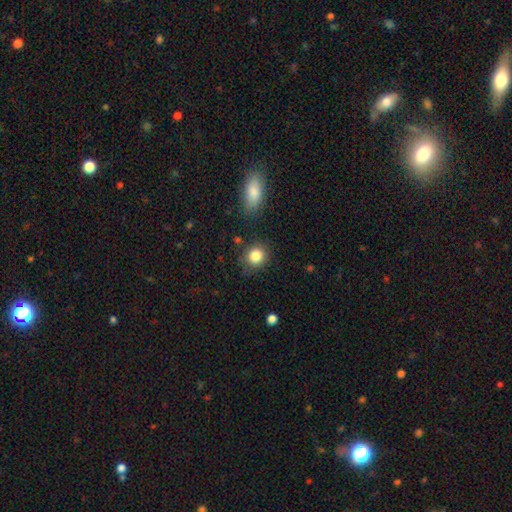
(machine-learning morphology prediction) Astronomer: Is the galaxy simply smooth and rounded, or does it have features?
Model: smooth — 85%.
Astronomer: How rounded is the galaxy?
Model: round — 81%.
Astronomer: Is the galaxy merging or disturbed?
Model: none — 81%.